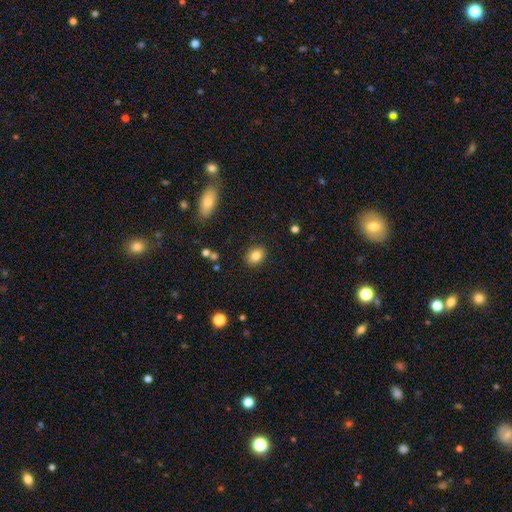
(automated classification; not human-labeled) Q: Smooth or featured?
A: smooth (82%); runner-up: star or artifact (10%)
Q: How rounded?
A: in between (57%); runner-up: round (42%)
Q: Merging?
A: none (87%); runner-up: minor disturbance (9%)